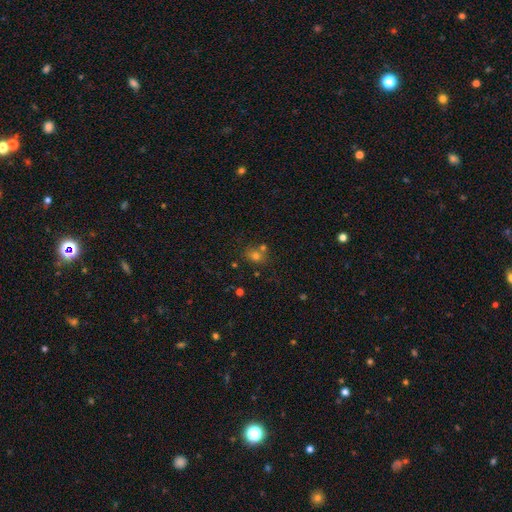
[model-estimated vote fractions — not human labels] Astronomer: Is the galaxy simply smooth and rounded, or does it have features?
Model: smooth — 68%.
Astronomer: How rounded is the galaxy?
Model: round — 64%.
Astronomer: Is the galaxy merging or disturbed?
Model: none — 62%.